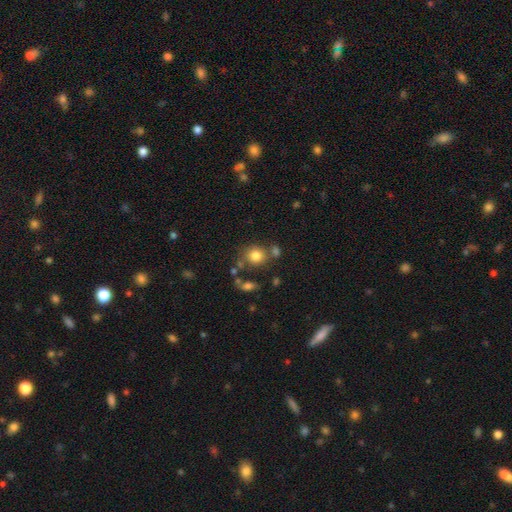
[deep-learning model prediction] The model was most divided on "merging": none: 65%, merger: 16%, minor disturbance: 13%, major disturbance: 6%. More confident: smooth or featured — smooth (81%); how rounded — round (80%).